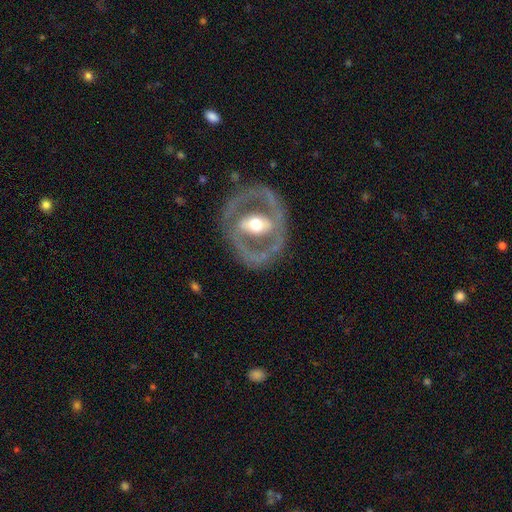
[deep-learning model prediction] The model was most divided on "bar": no: 37%, strong: 35%, weak: 28%. More confident: edge-on disk — no (93%); smooth or featured — featured or disk (79%); merging — none (75%); bulge size — moderate (70%); spiral arms — no (60%).